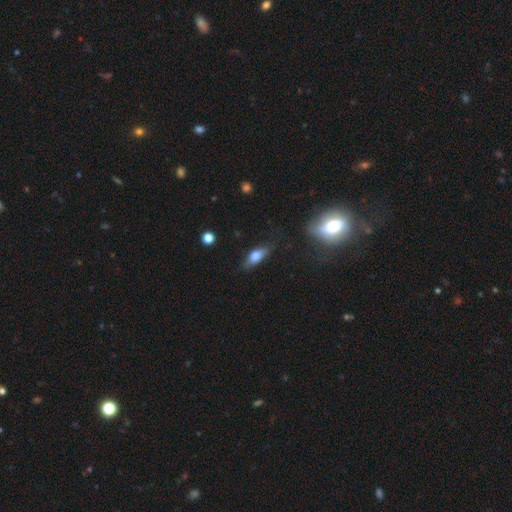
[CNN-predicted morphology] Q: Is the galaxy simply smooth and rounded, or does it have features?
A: smooth — 64%.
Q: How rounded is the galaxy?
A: in between — 67%.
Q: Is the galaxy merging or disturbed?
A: none — 75%.